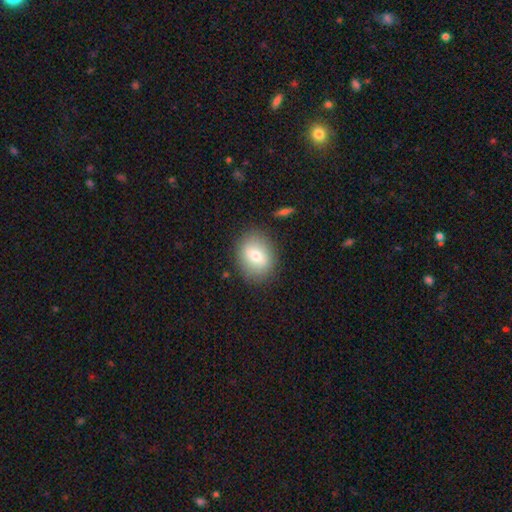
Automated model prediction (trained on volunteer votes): A smooth galaxy with no disk features (73%) that is in between round and cigar-shaped (53%).

Vote fractions:
- Smooth or featured? smooth: 73% / featured or disk: 19% / star or artifact: 9%
- How rounded? in between: 53% / round: 46% / cigar-shaped: 1%
- Merging? none: 84% / minor disturbance: 11% / major disturbance: 3% / merger: 2%